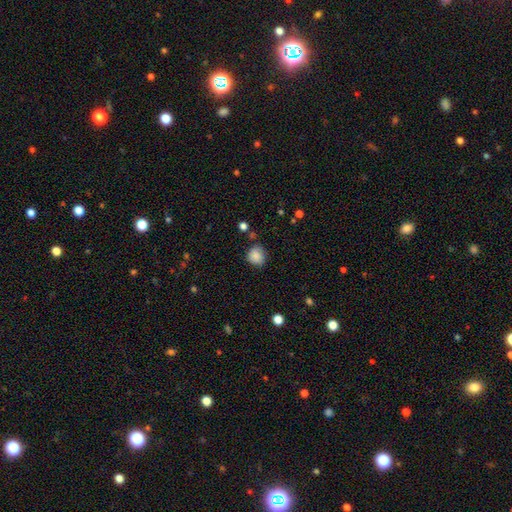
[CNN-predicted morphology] smooth 86%, star or artifact 9%, featured or disk 5%. Down the decision tree: how rounded — round (81%); merging — none (73%).